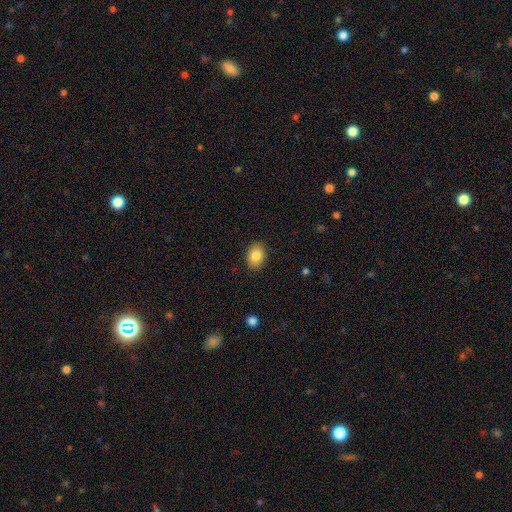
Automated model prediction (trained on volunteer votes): smooth-or-featured: smooth: 84% | star or artifact: 8% | featured or disk: 8%
  how-rounded: in between: 73% | round: 26% | cigar-shaped: 1%
  merging: none: 87% | minor disturbance: 10% | major disturbance: 2% | merger: 1%